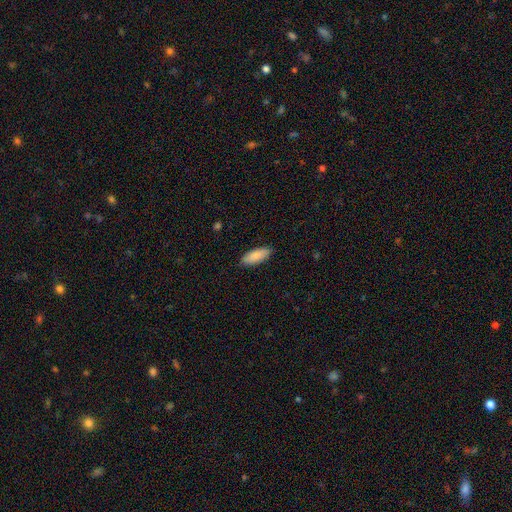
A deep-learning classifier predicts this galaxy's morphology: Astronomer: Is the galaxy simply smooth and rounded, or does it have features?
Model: smooth — 87%.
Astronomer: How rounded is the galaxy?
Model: in between — 77%.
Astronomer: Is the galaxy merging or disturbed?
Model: none — 88%.